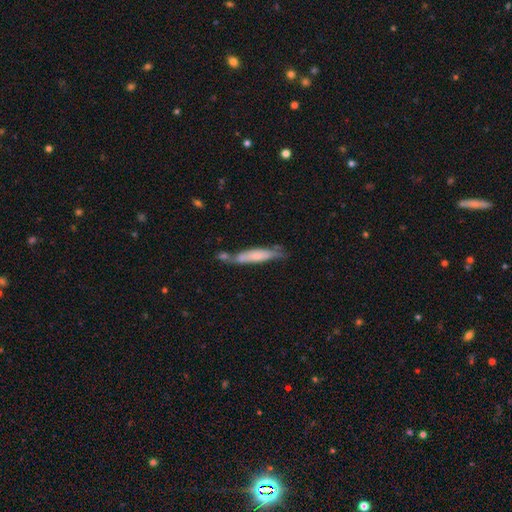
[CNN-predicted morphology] smooth-or-featured: smooth: 59% | featured or disk: 35% | star or artifact: 6%
  how-rounded: cigar-shaped: 86% | in between: 12% | round: 1%
  merging: none: 50% | minor disturbance: 23% | merger: 20% | major disturbance: 7%